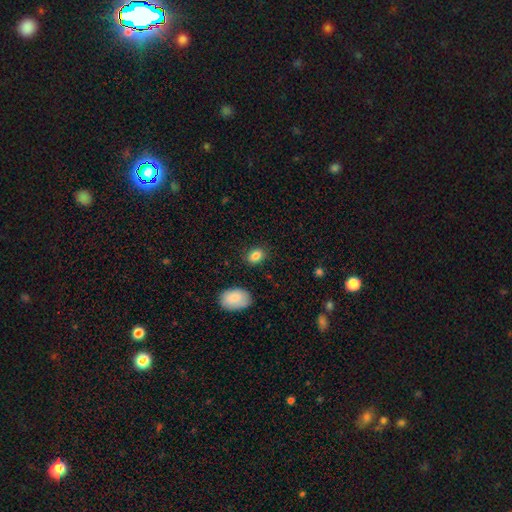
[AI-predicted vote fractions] This appears to be a smooth galaxy with no disk features (85%) that is in between round and cigar-shaped (68%). Merging: none (85%).